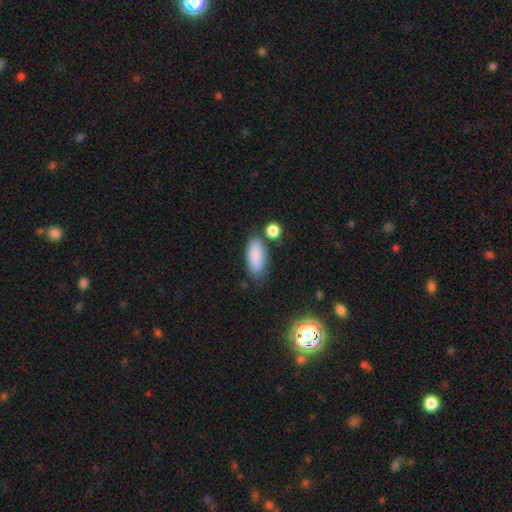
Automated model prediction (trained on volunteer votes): Smooth or featured? Predicted: smooth (p=0.85). How rounded? Predicted: in between (p=0.85). Merging? Predicted: none (p=0.65).